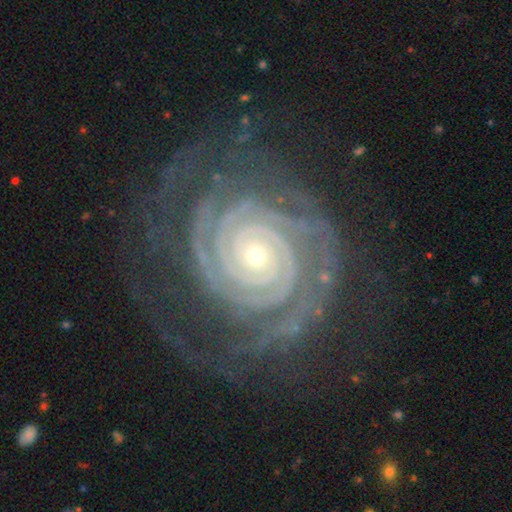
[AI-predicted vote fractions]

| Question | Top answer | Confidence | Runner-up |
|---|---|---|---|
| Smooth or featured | featured or disk | 92% | star or artifact (5%) |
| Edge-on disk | no | 97% | yes (3%) |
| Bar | no | 74% | weak (15%) |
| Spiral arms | yes | 99% | no (1%) |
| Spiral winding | tight | 89% | medium (9%) |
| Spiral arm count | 2 | 39% | 3 (16%) |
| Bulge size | small | 75% | moderate (22%) |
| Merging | none | 74% | minor disturbance (15%) |